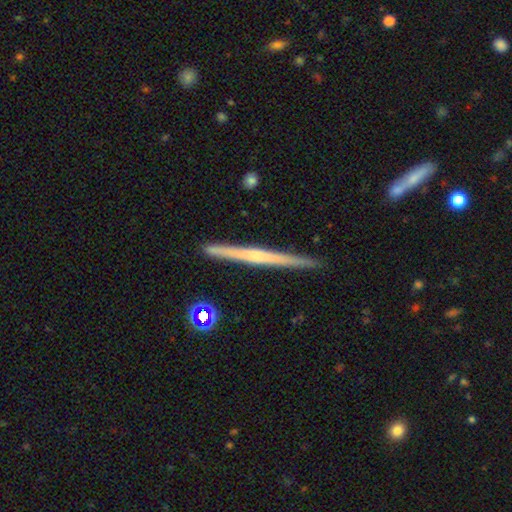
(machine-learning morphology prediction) featured or disk 63%, smooth 32%, star or artifact 6%. Down the decision tree: edge-on disk — yes (98%); edge-on bulge — none (61%); merging — none (91%).